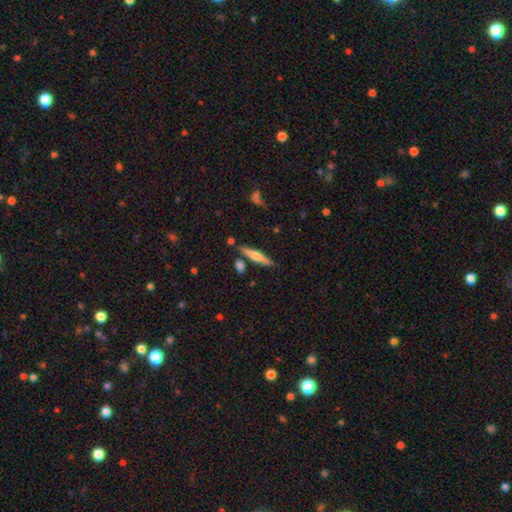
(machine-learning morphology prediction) Overall: smooth (54%; featured or disk 40%). How rounded: cigar-shaped (83%). Merging: none (80%).